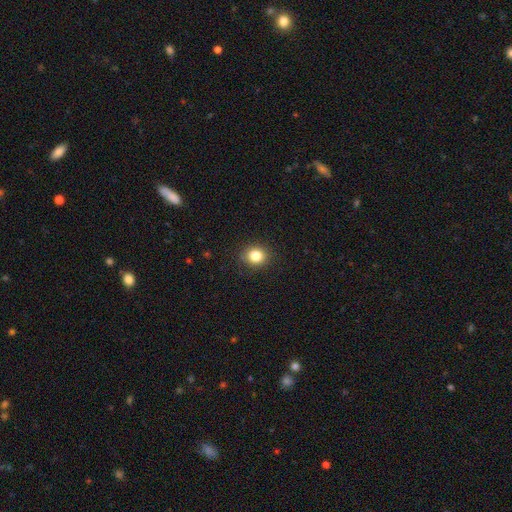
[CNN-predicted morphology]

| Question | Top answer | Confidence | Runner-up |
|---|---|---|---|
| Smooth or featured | smooth | 83% | star or artifact (11%) |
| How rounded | round | 79% | in between (20%) |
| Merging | none | 90% | minor disturbance (7%) |